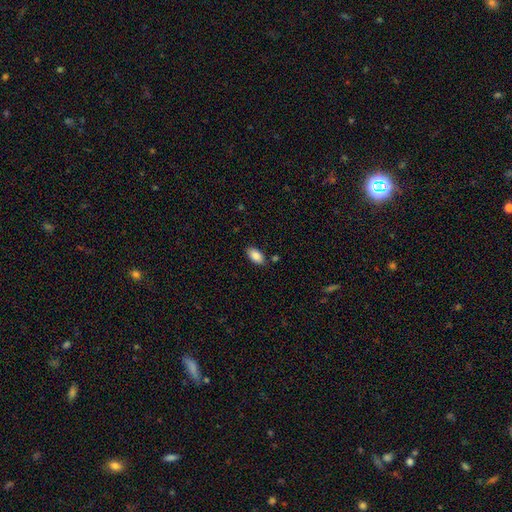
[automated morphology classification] Overall: smooth (86%). How rounded: in between (94%). Merging: none (83%).